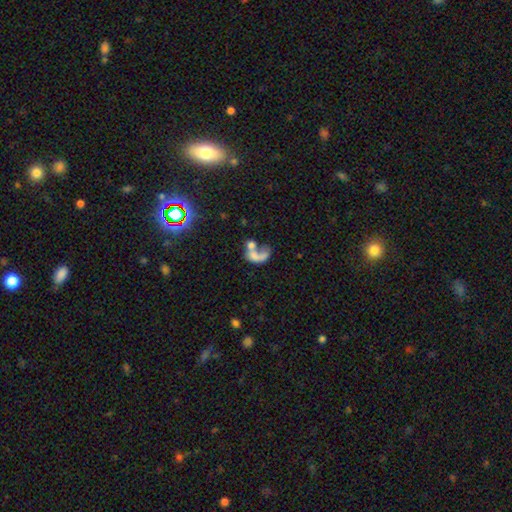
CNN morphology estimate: A smooth galaxy with no disk features (47%).

Vote fractions:
- Smooth or featured? smooth: 47% / featured or disk: 40% / star or artifact: 13%
- Merging? merger: 52% / major disturbance: 23% / none: 16% / minor disturbance: 8%